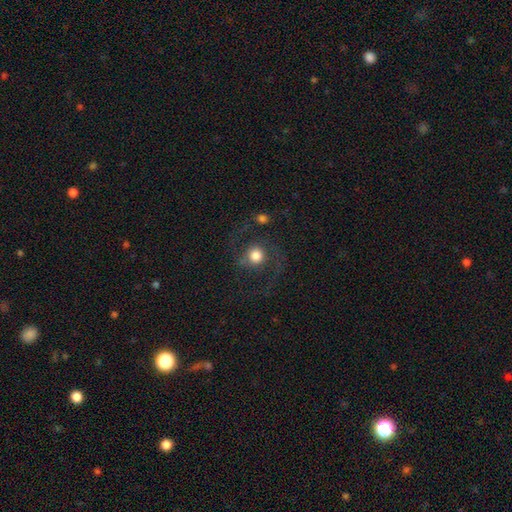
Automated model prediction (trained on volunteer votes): smooth_or_featured: featured or disk (p=0.56) [alt: smooth p=0.34]
disk_edge_on: no (p=0.96) [alt: yes p=0.04]
bar: no (p=0.73) [alt: weak p=0.21]
has_spiral_arms: yes (p=0.89) [alt: no p=0.11]
bulge_size: moderate (p=0.43) [alt: large p=0.37]
merging: none (p=0.63) [alt: major disturbance p=0.18]